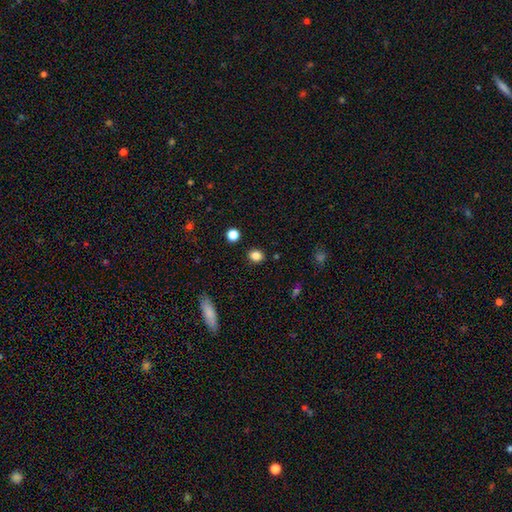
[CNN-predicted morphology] A smooth galaxy with no disk features (85%) that is round (60%).

Vote fractions:
- Smooth or featured? smooth: 85% / star or artifact: 11% / featured or disk: 4%
- How rounded? round: 60% / in between: 38% / cigar-shaped: 1%
- Merging? none: 88% / minor disturbance: 8% / major disturbance: 2% / merger: 2%